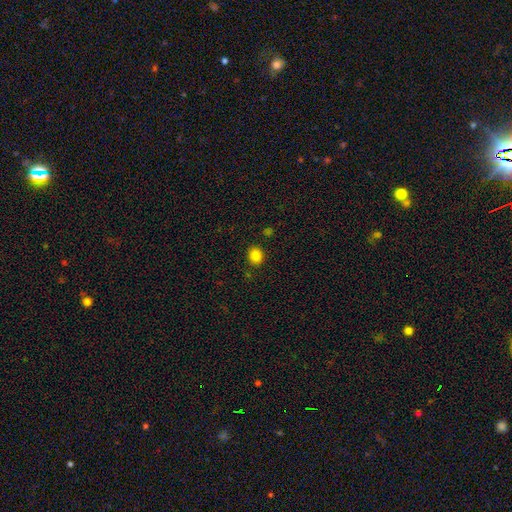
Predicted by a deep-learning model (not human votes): smooth 85%, star or artifact 12%, featured or disk 4%. Down the decision tree: how rounded — round (70%); merging — none (86%).